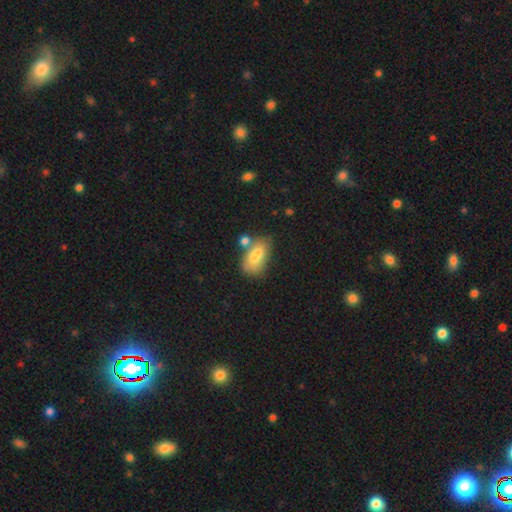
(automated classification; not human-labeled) A smooth galaxy with no disk features (71%) that is in between round and cigar-shaped (88%). Merging: none (40%).